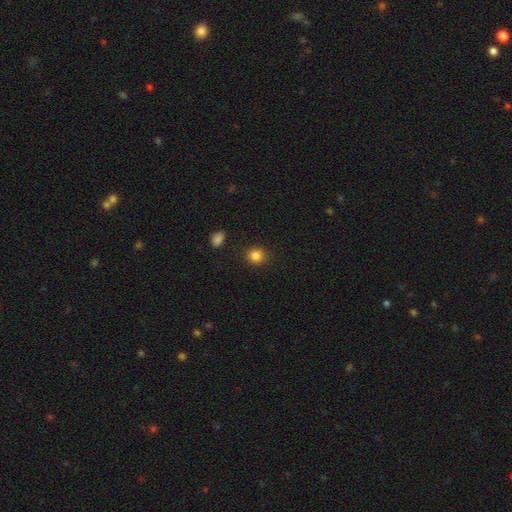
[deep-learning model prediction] Smooth or featured: smooth — 85% (star or artifact — 11%)
How rounded: round — 85% (in between — 14%)
Merging: none — 89% (minor disturbance — 7%)